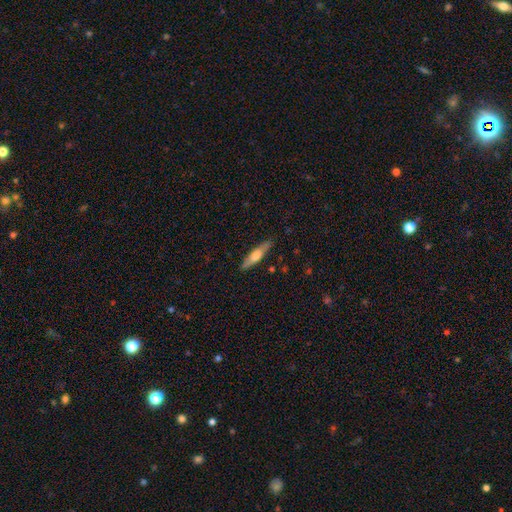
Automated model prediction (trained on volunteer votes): Smooth or featured?
  - featured or disk: 50% *
  - smooth: 45%
  - star or artifact: 6%
Merging?
  - none: 89% *
  - minor disturbance: 8%
  - major disturbance: 2%
  - merger: 1%